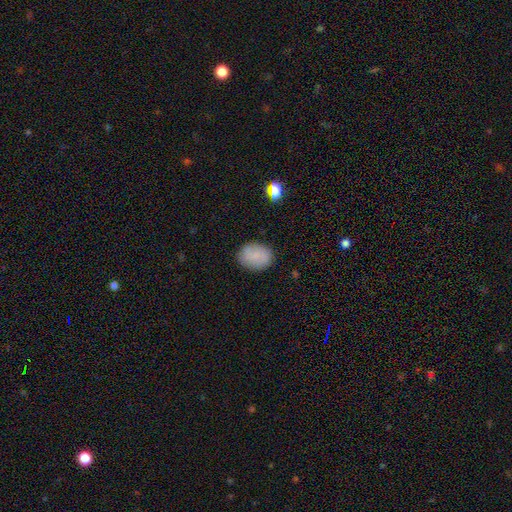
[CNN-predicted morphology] smooth-or-featured: smooth: 81% | featured or disk: 11% | star or artifact: 8%
  how-rounded: in between: 75% | round: 24% | cigar-shaped: 1%
  merging: none: 85% | minor disturbance: 11% | major disturbance: 3% | merger: 1%